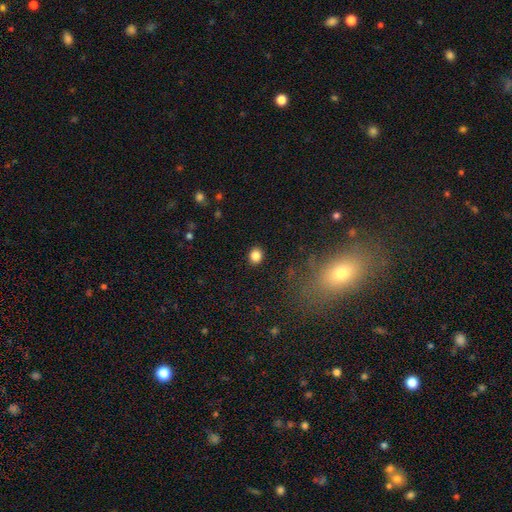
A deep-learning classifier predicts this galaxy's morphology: A smooth galaxy with no disk features (84%) that is round (71%). Merging: none (91%).